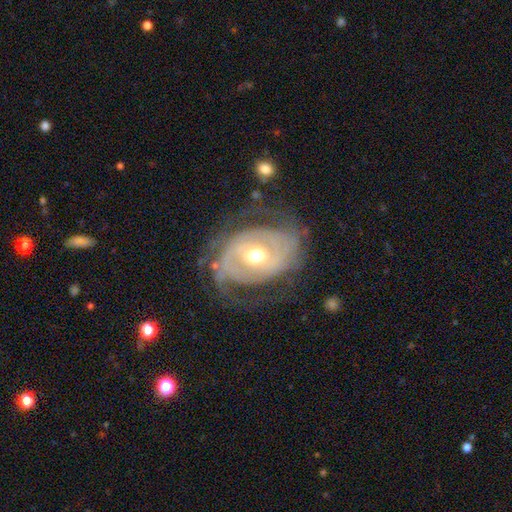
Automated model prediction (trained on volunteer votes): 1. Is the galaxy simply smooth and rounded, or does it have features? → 85% featured or disk, 10% smooth, 5% star or artifact.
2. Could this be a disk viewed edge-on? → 96% no, 4% yes.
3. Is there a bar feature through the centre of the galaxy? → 59% no, 30% weak, 11% strong.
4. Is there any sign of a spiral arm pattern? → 87% yes, 13% no.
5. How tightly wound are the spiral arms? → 59% tight, 28% medium, 13% loose.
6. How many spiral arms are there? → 47% 2, 28% can't tell, 11% 3, 6% 1, 5% 4, 4% more than 4.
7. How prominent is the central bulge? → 70% moderate, 23% small, 5% large, 1% dominant, 1% none.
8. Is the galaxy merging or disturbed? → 64% none, 19% minor disturbance, 15% major disturbance, 2% merger.